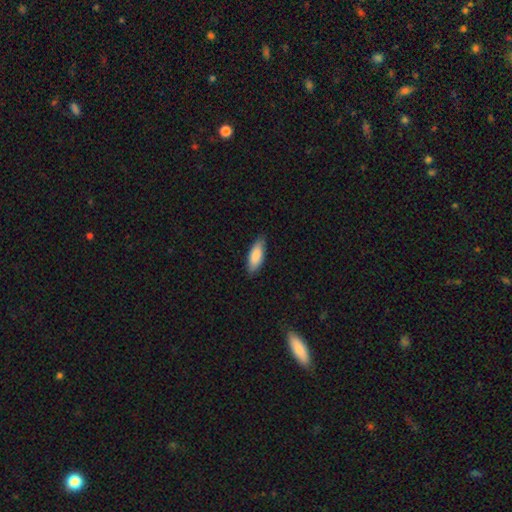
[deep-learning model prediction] The model was most divided on "how rounded": in between: 71%, cigar-shaped: 27%, round: 2%. More confident: smooth or featured — smooth (86%); merging — none (82%).